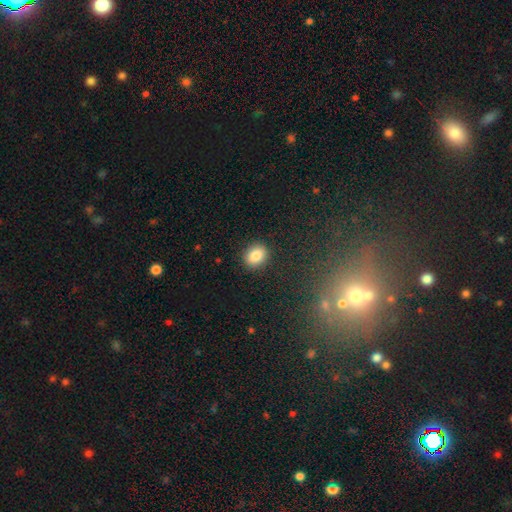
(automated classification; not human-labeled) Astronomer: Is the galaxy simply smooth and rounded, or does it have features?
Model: smooth — 84%.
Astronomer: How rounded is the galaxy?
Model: in between — 53% (runner-up: round, 46%).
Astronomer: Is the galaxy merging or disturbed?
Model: none — 90%.